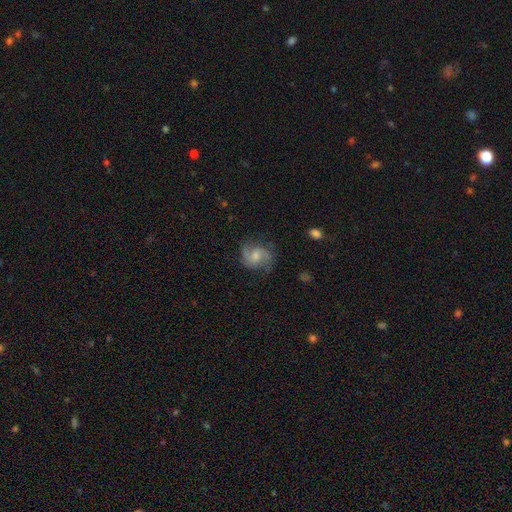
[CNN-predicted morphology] Smooth or featured: featured or disk — 75% (smooth — 18%)
Edge-on disk: no — 98% (yes — 2%)
Bar: no — 49% (weak — 43%)
Spiral arms: yes — 95% (no — 5%)
Spiral winding: medium — 50% (loose — 37%)
Spiral arm count: 2 — 88% (can't tell — 5%)
Bulge size: moderate — 46% (small — 37%)
Merging: none — 71% (minor disturbance — 19%)